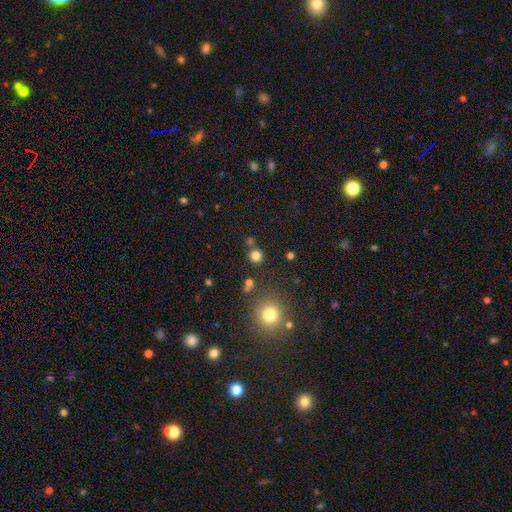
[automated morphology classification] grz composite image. It shows a smooth galaxy with no disk features (77%) that is round (92%). Merging: none (79%).